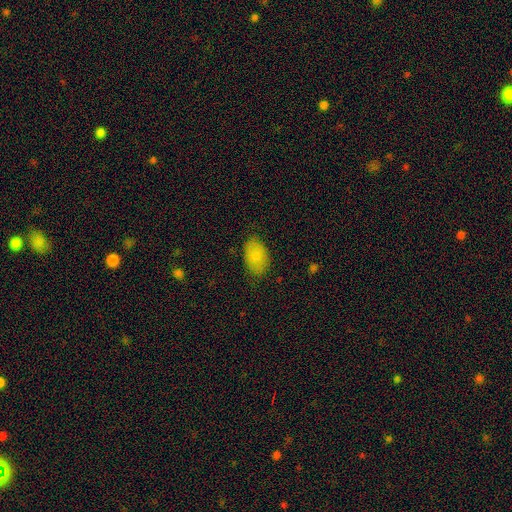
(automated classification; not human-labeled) The model was most divided on "merging": none: 78%, minor disturbance: 17%, major disturbance: 4%, merger: 1%. More confident: how rounded — in between (91%); smooth or featured — smooth (84%).